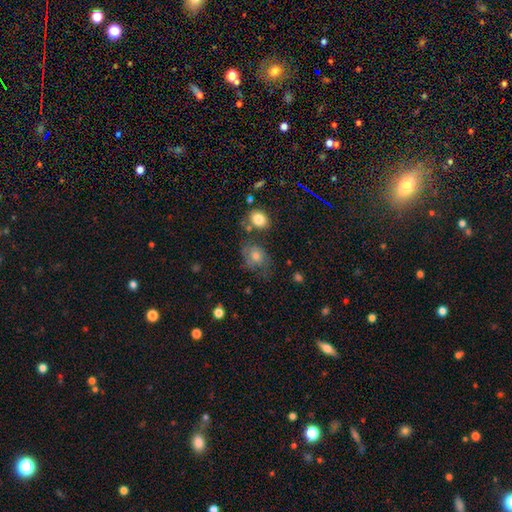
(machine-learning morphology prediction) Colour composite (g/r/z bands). It shows a smooth galaxy with no disk features (49%). Merging: none (52%).